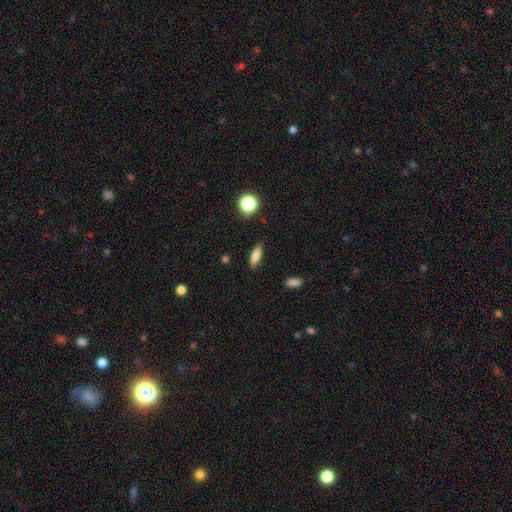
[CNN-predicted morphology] Smooth or featured? Predicted: smooth (p=0.80). How rounded? Predicted: in between (p=0.68). Merging? Predicted: none (p=0.86).